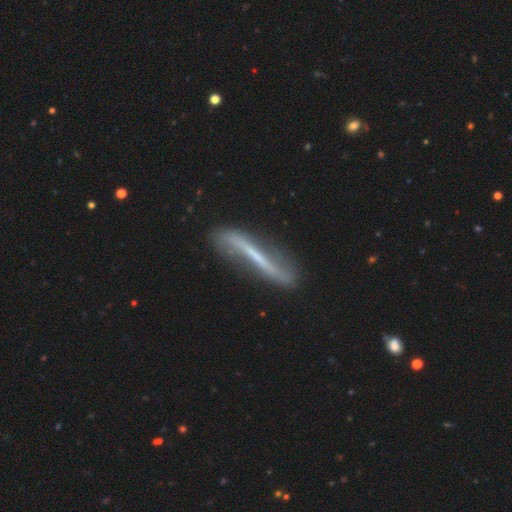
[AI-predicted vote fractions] smooth-or-featured: featured or disk: 69% | smooth: 24% | star or artifact: 7%
  disk-edge-on: yes: 58% | no: 42%
  merging: none: 71% | minor disturbance: 19% | major disturbance: 7% | merger: 3%